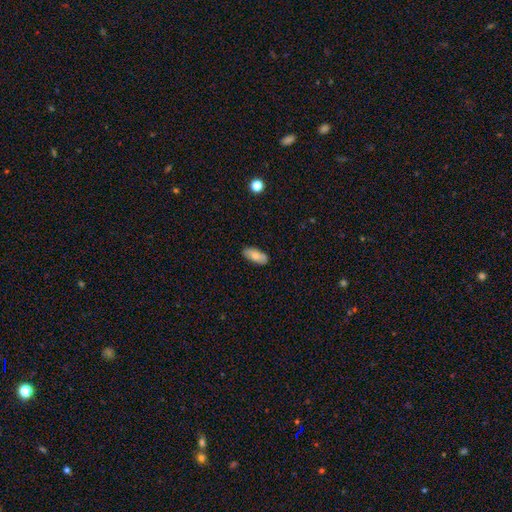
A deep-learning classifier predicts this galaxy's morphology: Smooth or featured?
  - smooth: 74% *
  - featured or disk: 19%
  - star or artifact: 6%
How rounded?
  - in between: 88% *
  - cigar-shaped: 10%
  - round: 3%
Merging?
  - none: 88% *
  - minor disturbance: 9%
  - major disturbance: 2%
  - merger: 1%